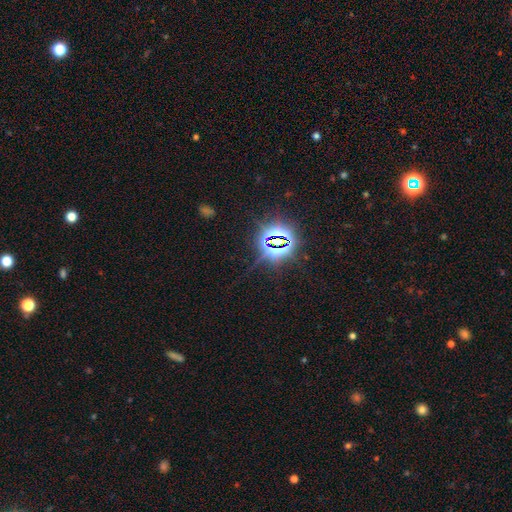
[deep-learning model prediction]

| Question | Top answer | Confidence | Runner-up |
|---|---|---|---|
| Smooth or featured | star or artifact | 79% | smooth (13%) |